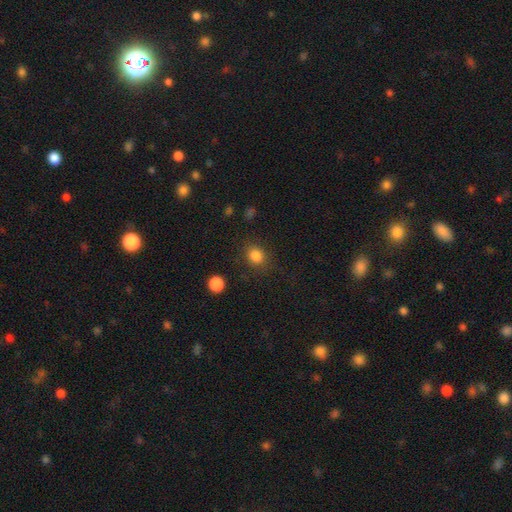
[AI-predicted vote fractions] Morphology: type=smooth (84%); roundness=round (68%); merging=none (82%).